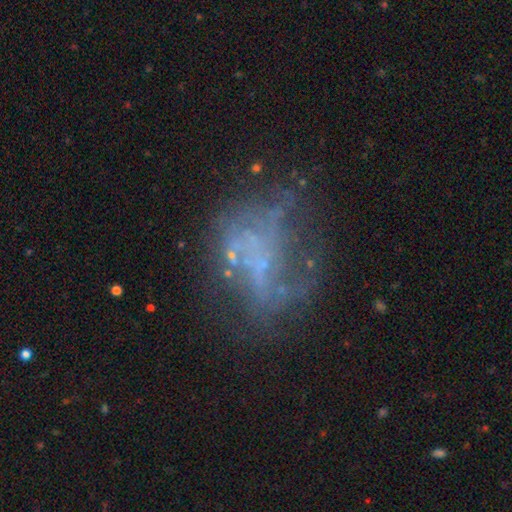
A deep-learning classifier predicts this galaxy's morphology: smooth_or_featured: featured or disk (p=0.59) [alt: star or artifact p=0.21]
disk_edge_on: no (p=0.98) [alt: yes p=0.02]
bar: no (p=0.88) [alt: weak p=0.09]
has_spiral_arms: no (p=0.82) [alt: yes p=0.18]
bulge_size: none (p=0.75) [alt: small p=0.18]
merging: none (p=0.43) [alt: major disturbance p=0.32]